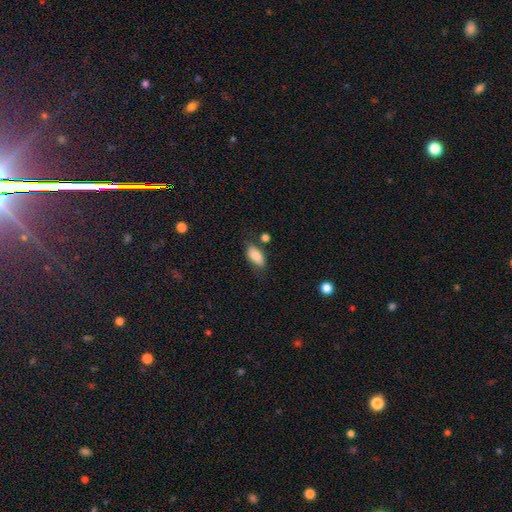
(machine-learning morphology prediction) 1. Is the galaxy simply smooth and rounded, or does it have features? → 83% smooth, 9% featured or disk, 7% star or artifact.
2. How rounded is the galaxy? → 88% in between, 8% cigar-shaped, 3% round.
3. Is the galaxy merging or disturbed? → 67% none, 21% minor disturbance, 6% merger, 6% major disturbance.